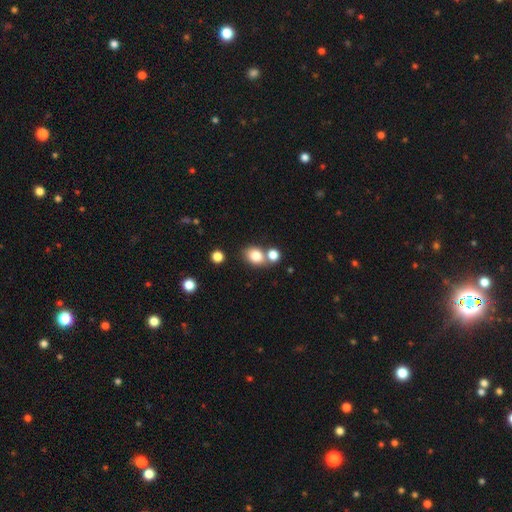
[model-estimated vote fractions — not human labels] Morphology: type=smooth (82%); roundness=round (51%); merging=none (58%).